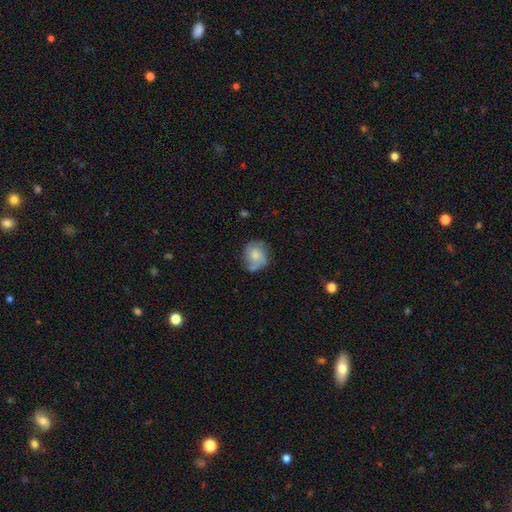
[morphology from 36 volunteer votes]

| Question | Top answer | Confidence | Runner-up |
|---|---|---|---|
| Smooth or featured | featured or disk | 58% | smooth (33%) |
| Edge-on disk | no | 100% | — |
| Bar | no | 76% | weak (24%) |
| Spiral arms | yes | 95% | no (5%) |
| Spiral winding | medium | 45% | tight (40%) |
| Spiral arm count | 2 | 25% | tied: can't tell (25%) |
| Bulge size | moderate | 48% | small (33%) |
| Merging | none | 76% | minor disturbance (15%) |